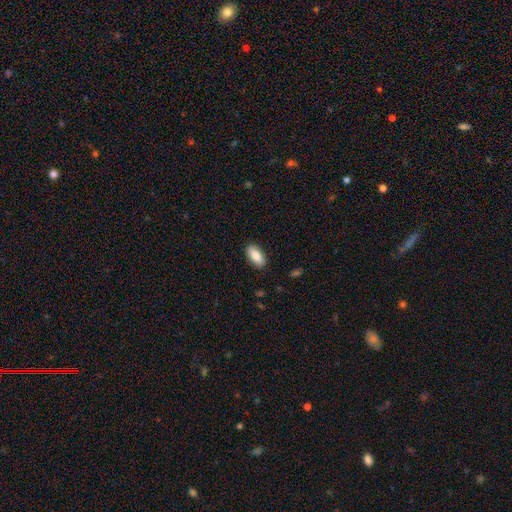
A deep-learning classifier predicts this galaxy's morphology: smooth_or_featured: smooth (p=0.81) [alt: featured or disk p=0.12]
how_rounded: in between (p=0.86) [alt: cigar-shaped p=0.11]
merging: none (p=0.89) [alt: minor disturbance p=0.08]